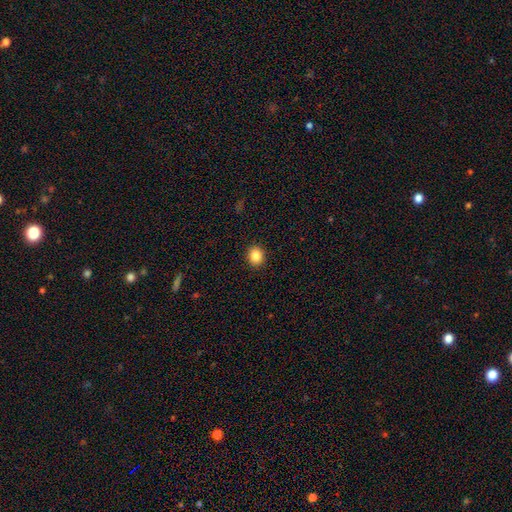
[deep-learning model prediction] The model was most divided on "how rounded": round: 78%, in between: 21%, cigar-shaped: 1%. More confident: merging — none (92%); smooth or featured — smooth (86%).